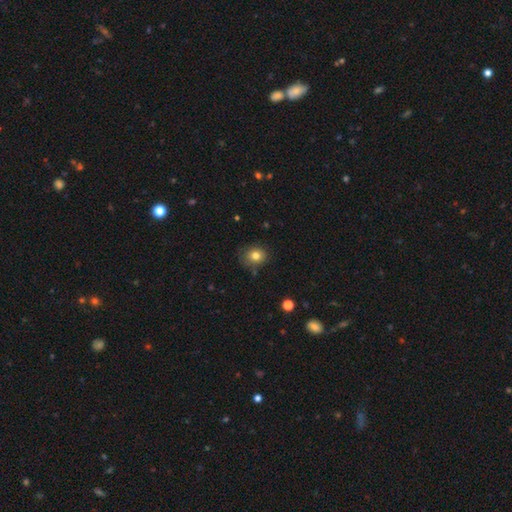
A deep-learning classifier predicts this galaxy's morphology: This is likely a smooth galaxy (79%). How rounded: likely round (73%). Merging: likely none (79%).